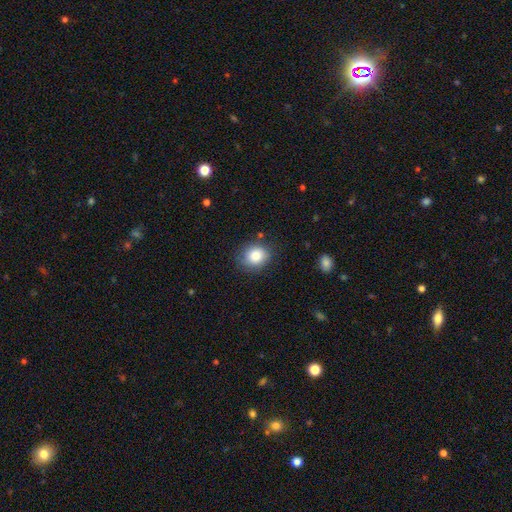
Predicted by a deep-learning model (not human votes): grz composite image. It shows a smooth galaxy with no disk features (84%) that is round (68%). Merging: none (81%).